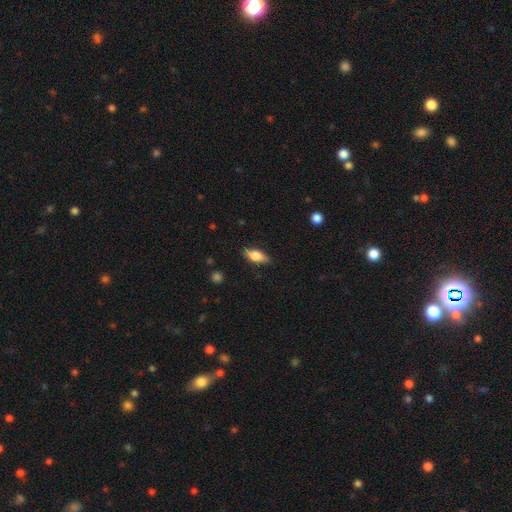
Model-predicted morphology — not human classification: The model was most divided on "smooth or featured": smooth: 74%, featured or disk: 19%, star or artifact: 7%. More confident: merging — none (85%); how rounded — in between (79%).